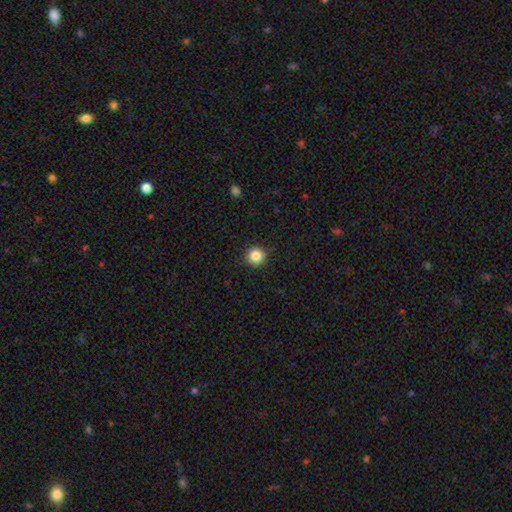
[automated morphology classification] This is clearly a smooth galaxy (85%). How rounded: clearly round (94%). Merging: clearly none (90%).